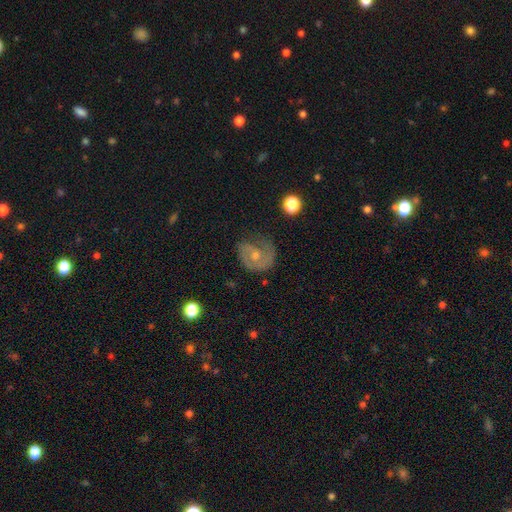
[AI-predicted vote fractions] A featured or disk galaxy (70%) with no bar (70%), 2 (45%) tight (45%) spiral arms (86%) and a moderate central bulge (50%). Merging: none (55%).